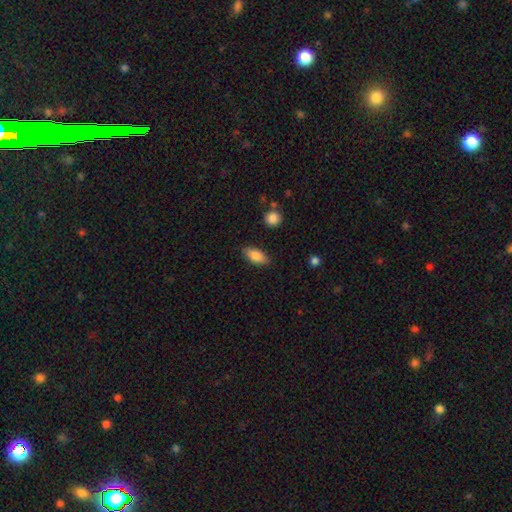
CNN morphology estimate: Smooth or featured? Predicted: smooth (p=0.83). How rounded? Predicted: in between (p=0.86). Merging? Predicted: none (p=0.85).